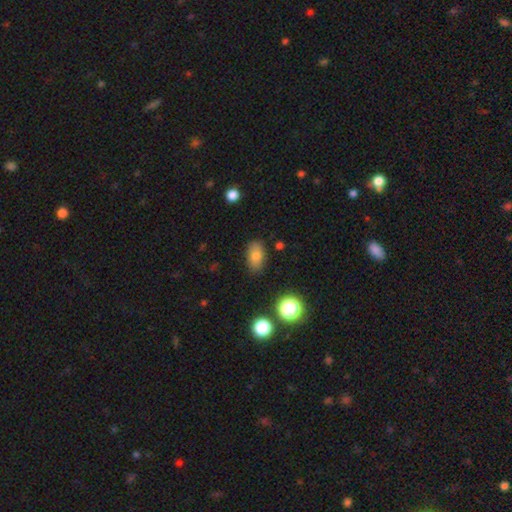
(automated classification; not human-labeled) Q: Smooth or featured?
A: smooth (77%); runner-up: featured or disk (12%)
Q: How rounded?
A: in between (88%); runner-up: round (9%)
Q: Merging?
A: none (83%); runner-up: minor disturbance (12%)